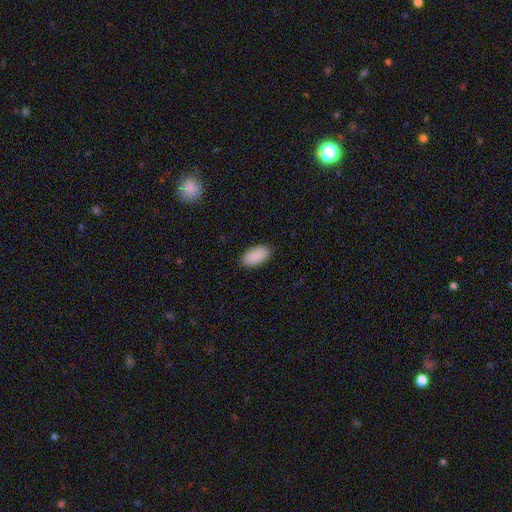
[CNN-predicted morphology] Smooth or featured: smooth — 91% (star or artifact — 6%)
How rounded: in between — 95% (round — 2%)
Merging: none — 89% (minor disturbance — 8%)